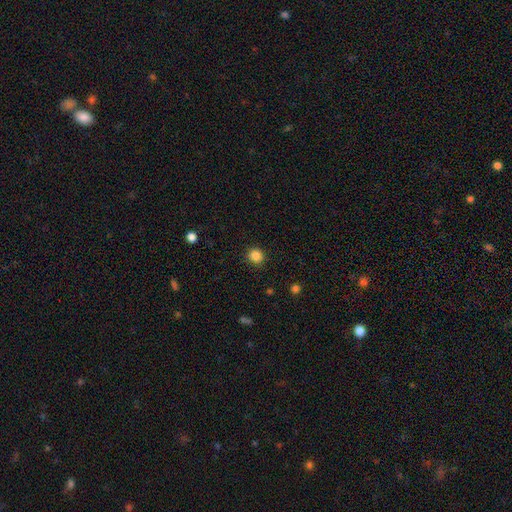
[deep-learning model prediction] A smooth galaxy with no disk features (85%) that is round (86%). Merging: none (90%).